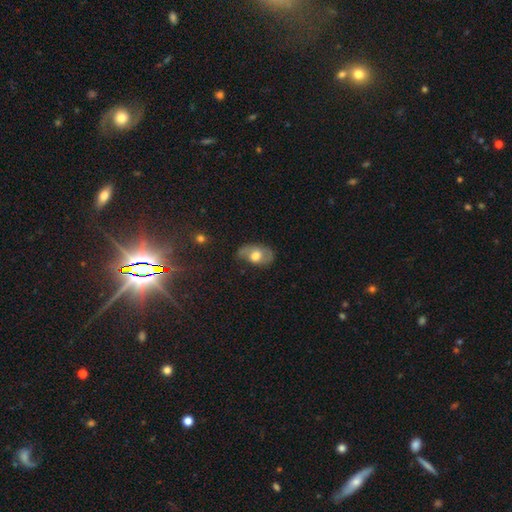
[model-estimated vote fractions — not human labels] smooth-or-featured: featured or disk: 48% | smooth: 44% | star or artifact: 7%
  merging: none: 60% | minor disturbance: 28% | major disturbance: 10% | merger: 2%